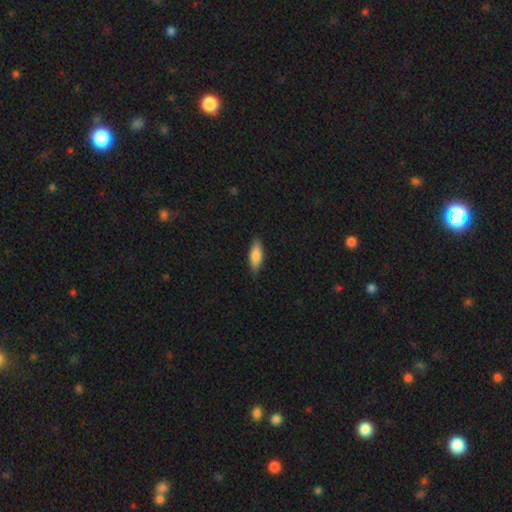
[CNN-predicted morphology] This appears to be a smooth galaxy with no disk features (77%) that is in between round and cigar-shaped (64%). Merging: none (83%).